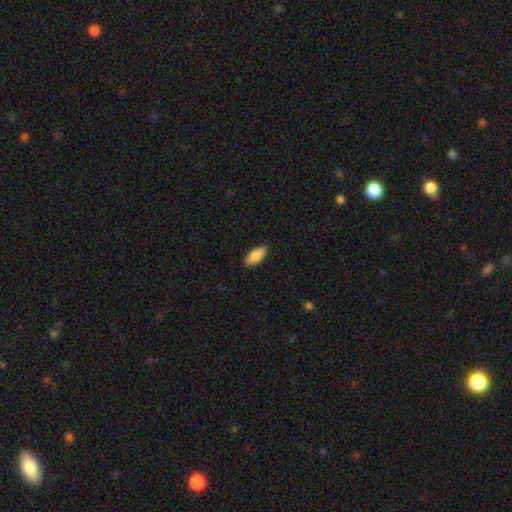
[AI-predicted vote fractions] Morphology: type=smooth (87%); roundness=in between (85%); merging=none (88%).